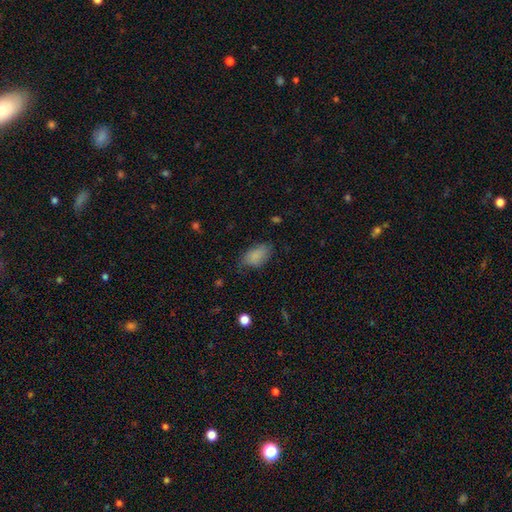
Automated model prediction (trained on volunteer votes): A smooth galaxy with no disk features (86%) that is in between round and cigar-shaped (92%).

Vote fractions:
- Smooth or featured? smooth: 86% / star or artifact: 8% / featured or disk: 6%
- How rounded? in between: 92% / round: 5% / cigar-shaped: 3%
- Merging? none: 68% / minor disturbance: 24% / major disturbance: 6% / merger: 1%